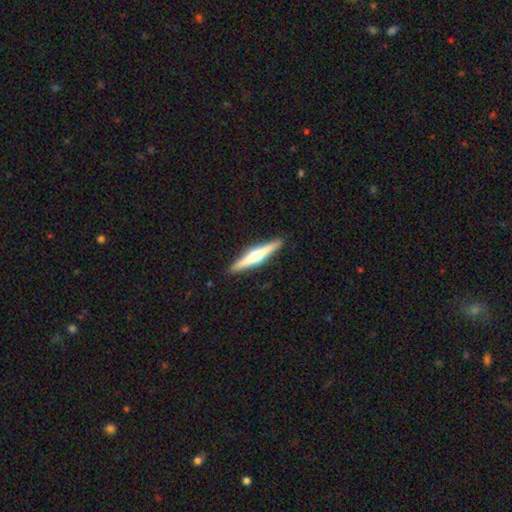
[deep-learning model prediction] Morphology: type=featured or disk (67%); edge-on=yes (98%); edge-on bulge=rounded (91%); merging=none (92%).